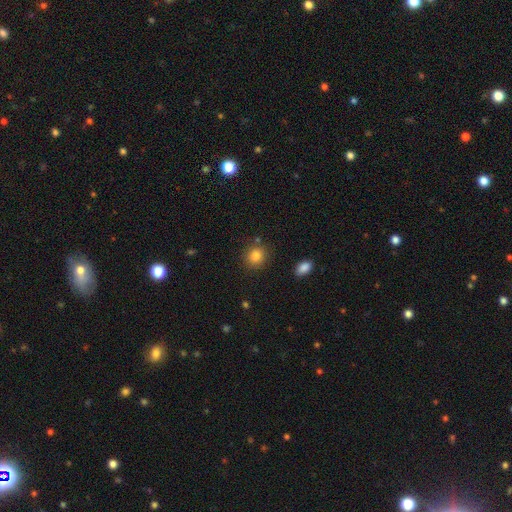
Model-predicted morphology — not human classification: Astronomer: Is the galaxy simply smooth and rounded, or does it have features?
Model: smooth — 84%.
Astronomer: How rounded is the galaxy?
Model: round — 81%.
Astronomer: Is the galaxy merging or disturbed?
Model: none — 84%.